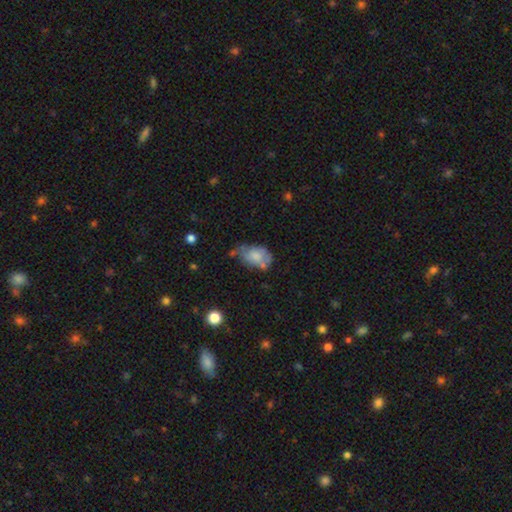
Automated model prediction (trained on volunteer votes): smooth_or_featured: smooth (p=0.67) [alt: featured or disk p=0.24]
how_rounded: in between (p=0.85) [alt: round p=0.13]
merging: minor disturbance (p=0.36) [alt: none p=0.35]